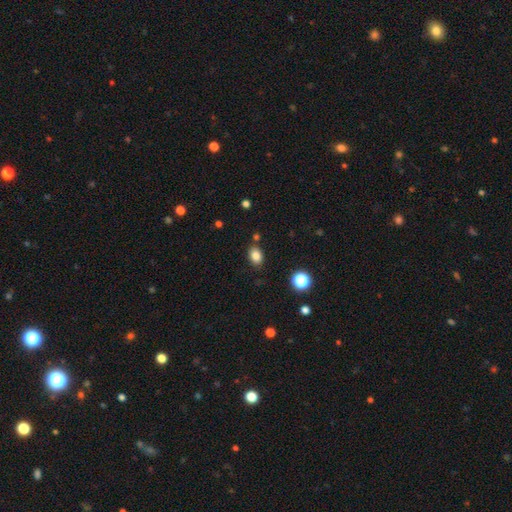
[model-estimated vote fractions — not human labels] Smooth or featured: smooth — 83% (star or artifact — 11%)
How rounded: in between — 74% (round — 25%)
Merging: none — 81% (minor disturbance — 11%)